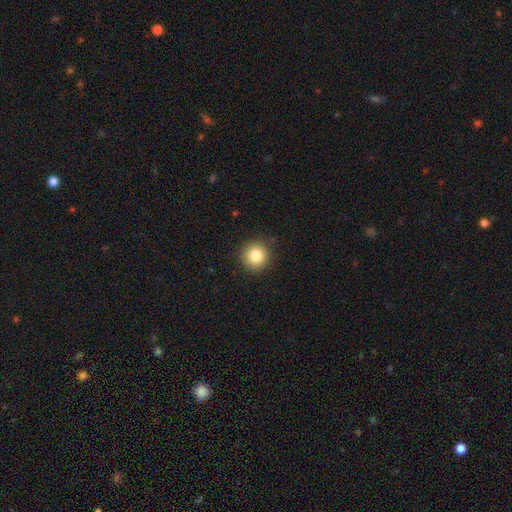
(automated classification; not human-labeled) A smooth galaxy with no disk features (84%) that is round (94%).

Vote fractions:
- Smooth or featured? smooth: 84% / star or artifact: 10% / featured or disk: 6%
- How rounded? round: 94% / in between: 5% / cigar-shaped: 1%
- Merging? none: 90% / minor disturbance: 7% / major disturbance: 2% / merger: 1%